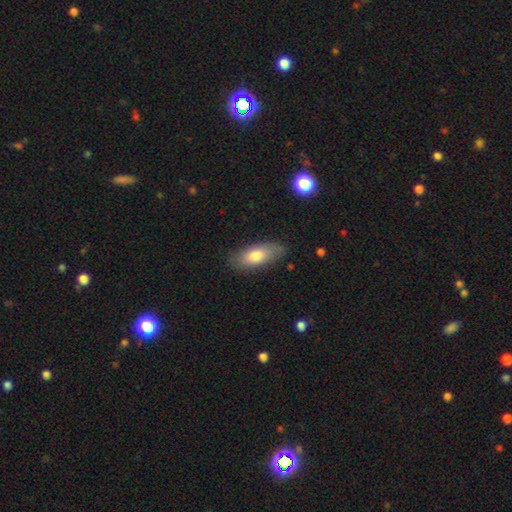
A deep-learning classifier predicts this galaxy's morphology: The model was most divided on "smooth or featured": smooth: 76%, featured or disk: 18%, star or artifact: 6%. More confident: merging — none (83%); how rounded — in between (82%).